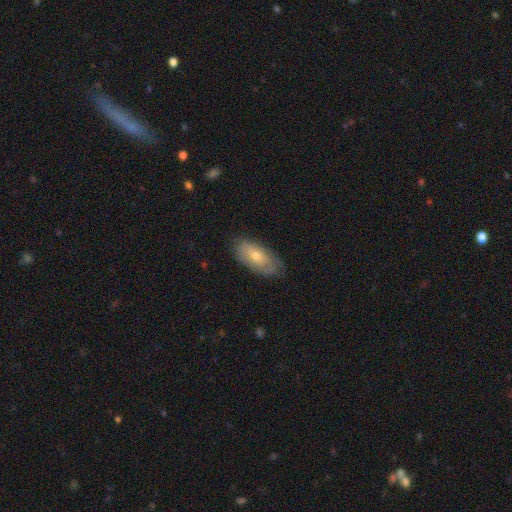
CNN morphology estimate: Q: Smooth or featured?
A: smooth (67%); runner-up: featured or disk (27%)
Q: How rounded?
A: in between (89%); runner-up: cigar-shaped (8%)
Q: Merging?
A: none (69%); runner-up: minor disturbance (24%)